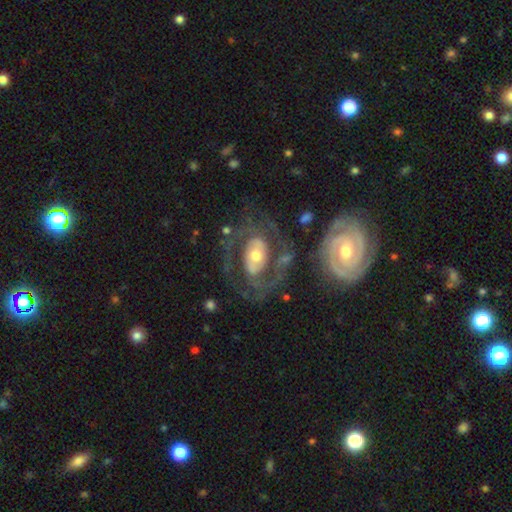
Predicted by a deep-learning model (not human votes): The model was most divided on "spiral winding": tight: 44%, medium: 41%, loose: 15%. More confident: edge-on disk — no (97%); spiral arms — yes (87%); smooth or featured — featured or disk (85%); bulge size — moderate (64%); spiral arm count — 2 (60%); merging — none (56%); bar — no (53%).